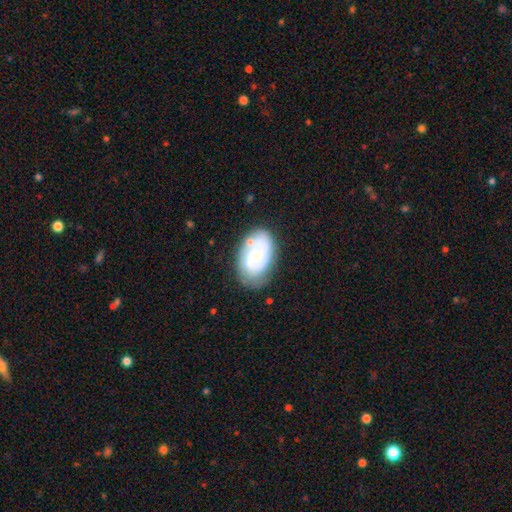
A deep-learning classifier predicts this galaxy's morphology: smooth_or_featured: featured or disk (p=0.70) [alt: smooth p=0.24]
disk_edge_on: no (p=0.97) [alt: yes p=0.03]
bar: no (p=0.66) [alt: weak p=0.29]
has_spiral_arms: yes (p=0.83) [alt: no p=0.17]
spiral_winding: tight (p=0.53) [alt: medium p=0.34]
spiral_arm_count: 2 (p=0.56) [alt: can't tell p=0.24]
bulge_size: small (p=0.56) [alt: moderate p=0.34]
merging: none (p=0.69) [alt: minor disturbance p=0.19]